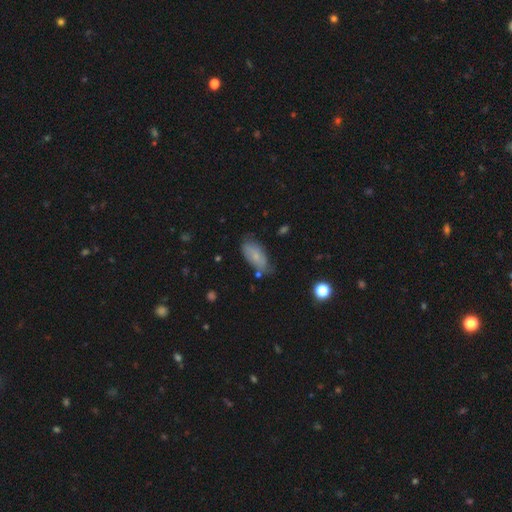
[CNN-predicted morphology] A smooth galaxy with no disk features (66%) that is in between round and cigar-shaped (90%).

Vote fractions:
- Smooth or featured? smooth: 66% / featured or disk: 26% / star or artifact: 8%
- How rounded? in between: 90% / cigar-shaped: 7% / round: 3%
- Merging? none: 60% / minor disturbance: 29% / major disturbance: 7% / merger: 4%